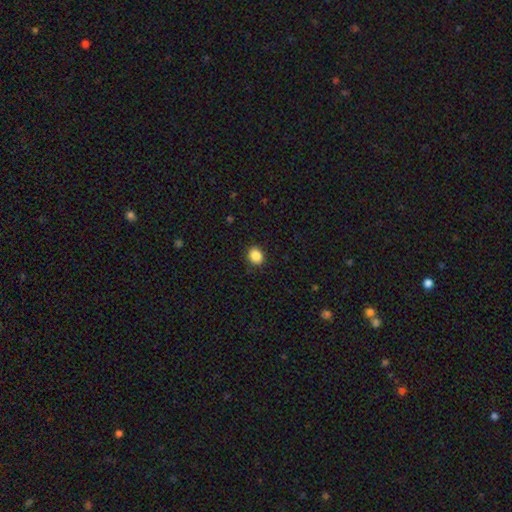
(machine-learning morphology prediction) Smooth or featured: smooth — 87% (star or artifact — 9%)
How rounded: round — 66% (in between — 33%)
Merging: none — 90% (minor disturbance — 7%)